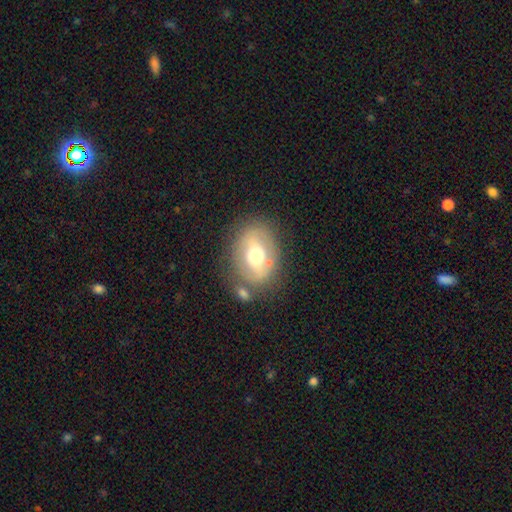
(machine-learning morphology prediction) Smooth or featured: featured or disk — 47% (smooth — 45%)
Merging: none — 67% (minor disturbance — 16%)